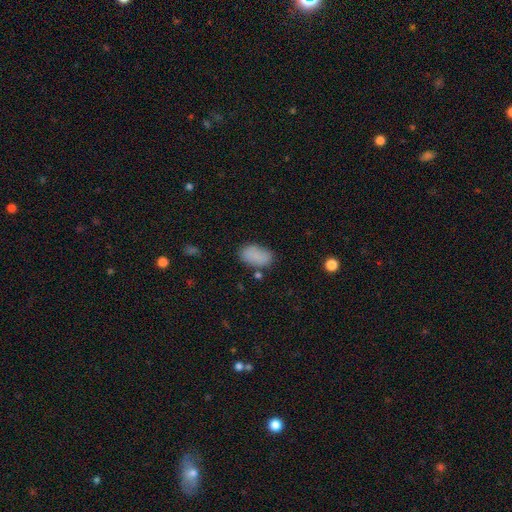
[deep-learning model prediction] Q: Smooth or featured?
A: smooth (85%); runner-up: star or artifact (8%)
Q: How rounded?
A: in between (93%); runner-up: round (5%)
Q: Merging?
A: none (72%); runner-up: minor disturbance (18%)